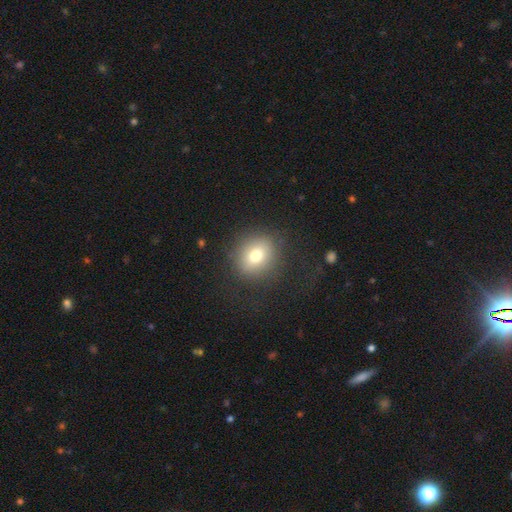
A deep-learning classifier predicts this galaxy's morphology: smooth_or_featured: smooth (p=0.75) [alt: star or artifact p=0.13]
how_rounded: round (p=0.79) [alt: in between p=0.20]
merging: none (p=0.85) [alt: minor disturbance p=0.09]